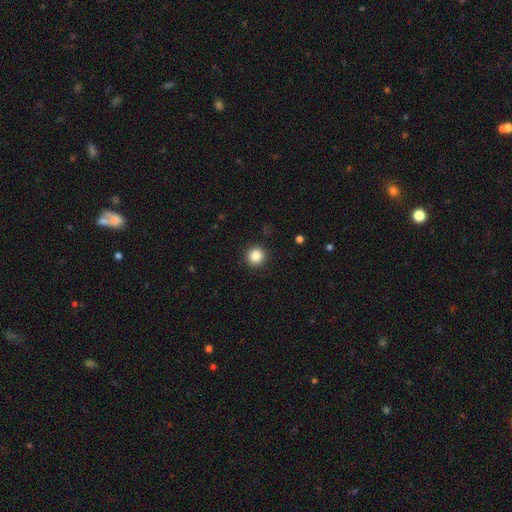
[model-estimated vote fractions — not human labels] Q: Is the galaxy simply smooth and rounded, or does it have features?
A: smooth — 86%.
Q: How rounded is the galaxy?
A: round — 93%.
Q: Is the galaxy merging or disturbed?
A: none — 92%.